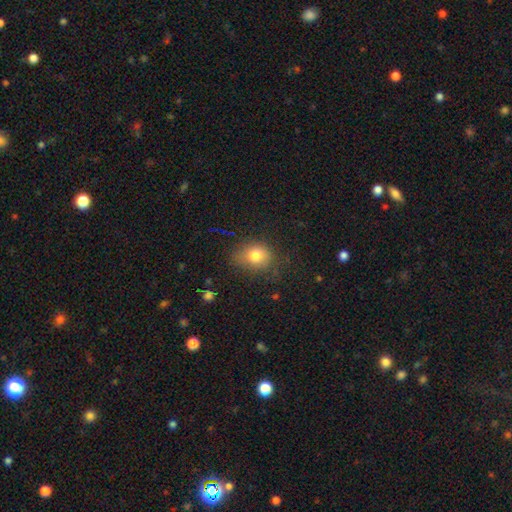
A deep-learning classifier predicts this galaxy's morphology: A smooth galaxy with no disk features (78%) that is round (54%).

Vote fractions:
- Smooth or featured? smooth: 78% / star or artifact: 12% / featured or disk: 10%
- How rounded? round: 54% / in between: 45% / cigar-shaped: 1%
- Merging? none: 67% / minor disturbance: 23% / major disturbance: 9% / merger: 2%